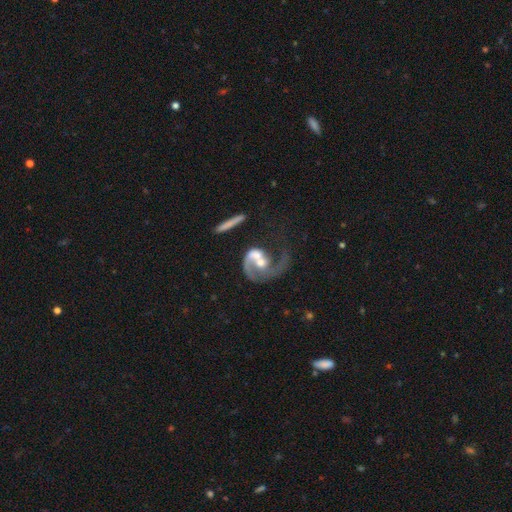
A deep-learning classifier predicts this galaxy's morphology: smooth-or-featured: featured or disk: 77% | smooth: 17% | star or artifact: 6%
  disk-edge-on: no: 96% | yes: 4%
    bar: no: 67% | weak: 25% | strong: 8%
    has-spiral-arms: yes: 86% | no: 14%
      spiral-winding: loose: 50% | medium: 33% | tight: 16%
      spiral-arm-count: 1: 71% | 2: 20% | can't tell: 6% | 3: 2% | 4: 1% | more than 4: 1%
    bulge-size: moderate: 61% | small: 16% | large: 15% | none: 5% | dominant: 3%
  merging: merger: 44% | major disturbance: 27% | none: 21% | minor disturbance: 8%